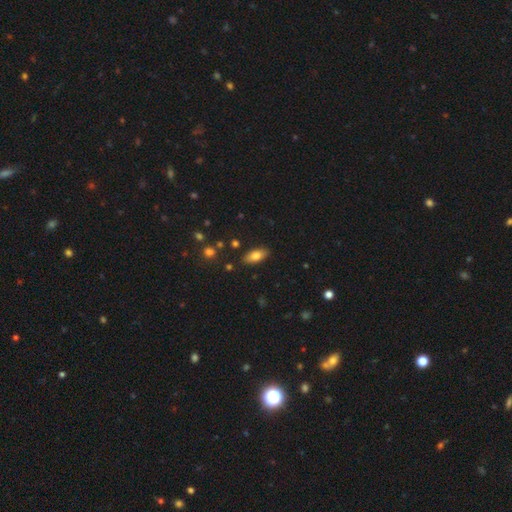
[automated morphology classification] smooth_or_featured: smooth (p=0.75) [alt: featured or disk p=0.17]
how_rounded: in between (p=0.87) [alt: cigar-shaped p=0.10]
merging: none (p=0.86) [alt: minor disturbance p=0.10]